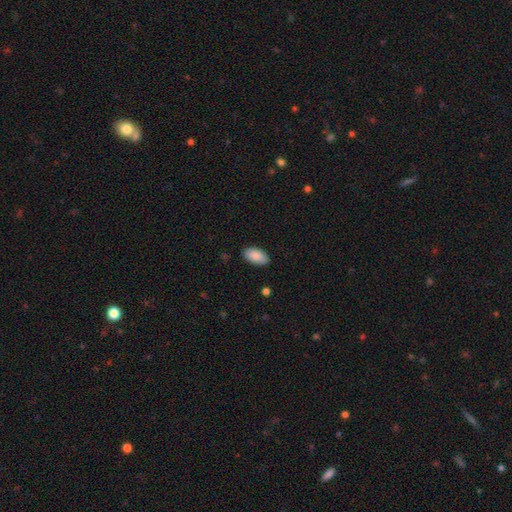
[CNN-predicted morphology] smooth 88%, star or artifact 6%, featured or disk 6%. Down the decision tree: how rounded — in between (95%); merging — none (87%).